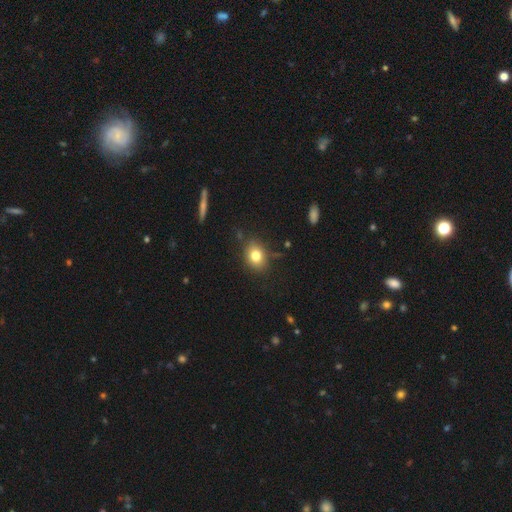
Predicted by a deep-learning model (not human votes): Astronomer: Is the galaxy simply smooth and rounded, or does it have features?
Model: smooth — 79%.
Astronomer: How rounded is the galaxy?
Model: in between — 52% (runner-up: round, 47%).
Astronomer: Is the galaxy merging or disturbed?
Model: none — 81%.